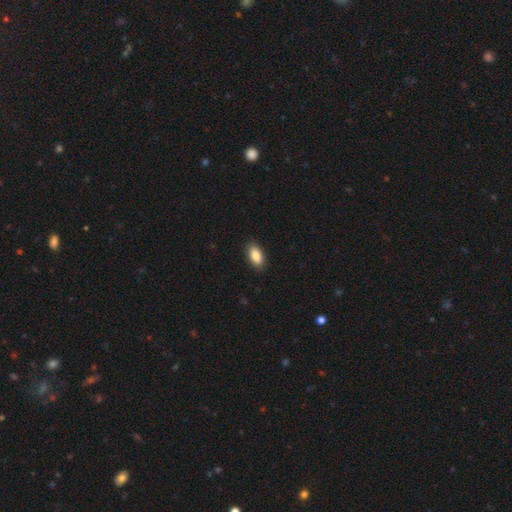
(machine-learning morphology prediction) Smooth or featured? Predicted: smooth (p=0.86). How rounded? Predicted: in between (p=0.92). Merging? Predicted: none (p=0.90).